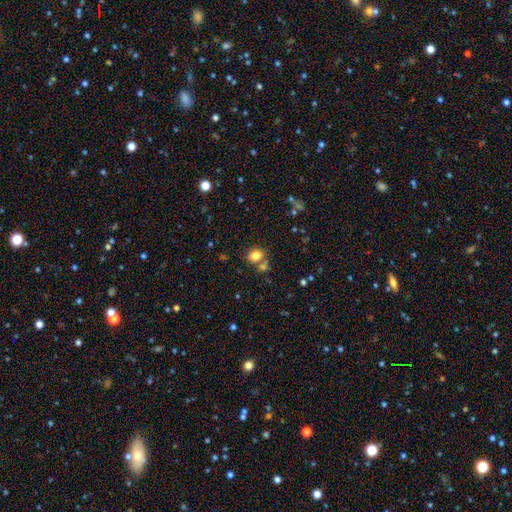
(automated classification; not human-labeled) smooth 80%, star or artifact 12%, featured or disk 8%. Down the decision tree: how rounded — round (52%); merging — none (63%).